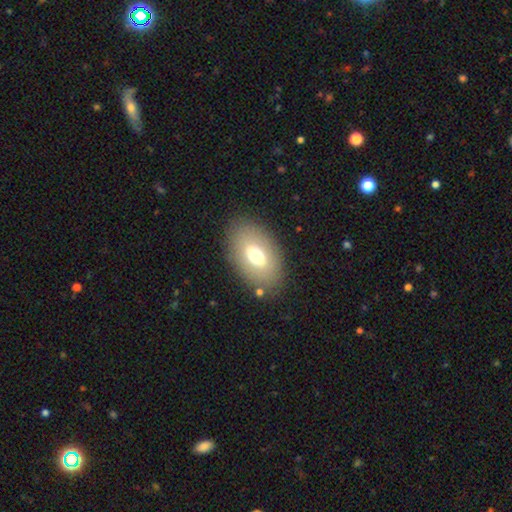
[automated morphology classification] Smooth or featured?
  - smooth: 61% *
  - featured or disk: 29%
  - star or artifact: 9%
How rounded?
  - in between: 89% *
  - round: 10%
  - cigar-shaped: 2%
Merging?
  - none: 83% *
  - minor disturbance: 10%
  - major disturbance: 5%
  - merger: 2%